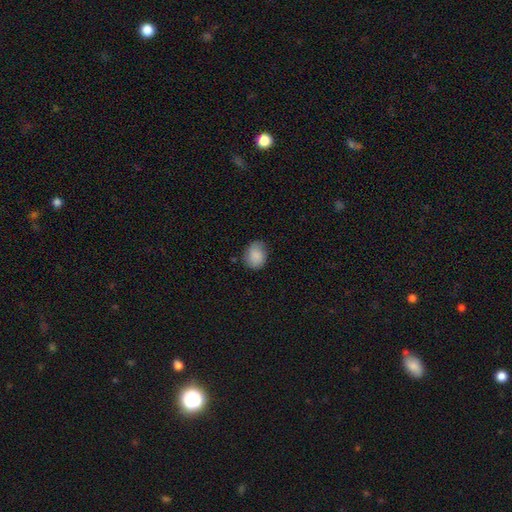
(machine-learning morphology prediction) This appears to be a smooth galaxy with no disk features (84%) that is round (55%). Merging: none (71%).